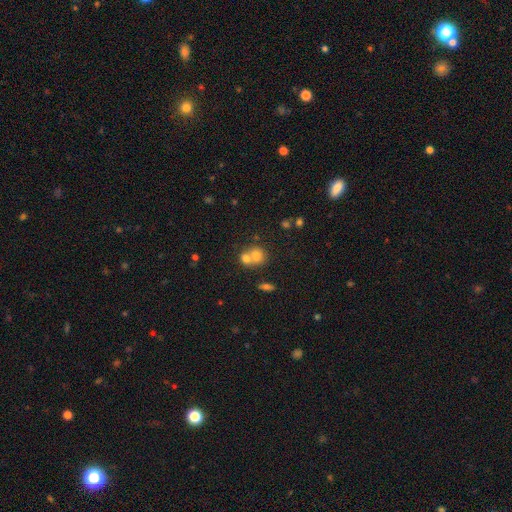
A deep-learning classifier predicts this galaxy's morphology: A smooth galaxy with no disk features (72%) that is round (71%).

Vote fractions:
- Smooth or featured? smooth: 72% / featured or disk: 17% / star or artifact: 12%
- How rounded? round: 71% / in between: 28% / cigar-shaped: 1%
- Merging? merger: 60% / none: 31% / minor disturbance: 6% / major disturbance: 3%